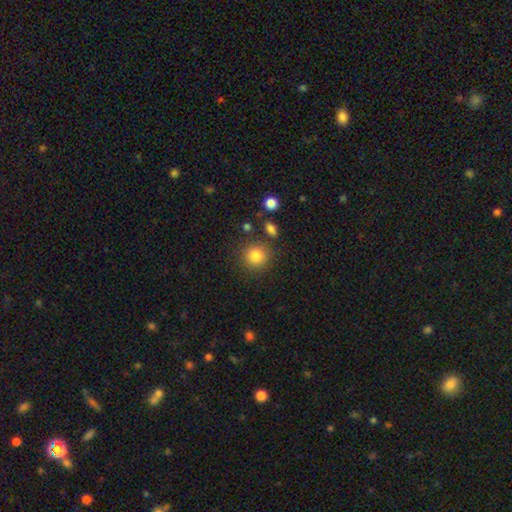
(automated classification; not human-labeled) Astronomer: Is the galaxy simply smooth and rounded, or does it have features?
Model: smooth — 85%.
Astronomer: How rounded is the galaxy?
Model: round — 89%.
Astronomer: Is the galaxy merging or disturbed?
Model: none — 81%.